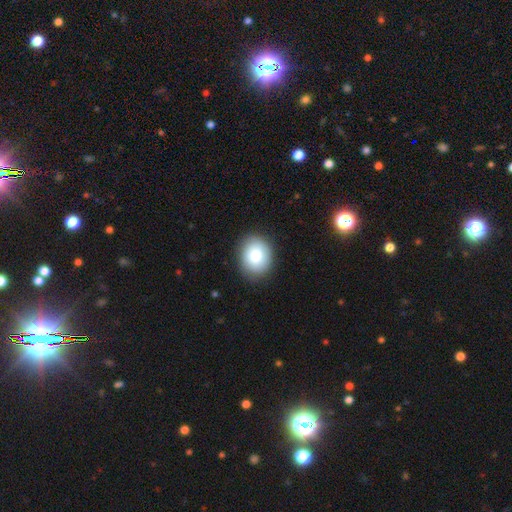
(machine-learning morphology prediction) The model was most divided on "how rounded": round: 52%, in between: 47%, cigar-shaped: 1%. More confident: merging — none (86%); smooth or featured — smooth (81%).